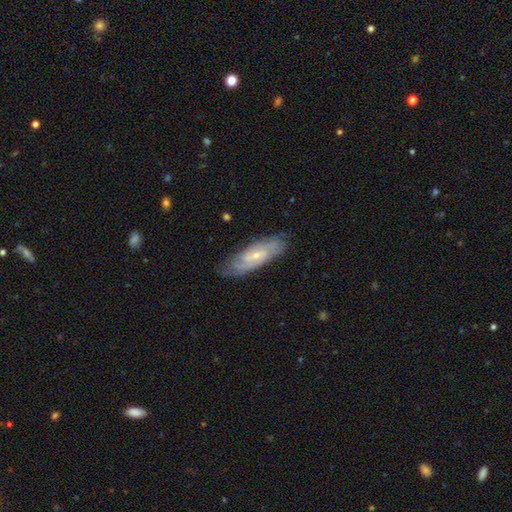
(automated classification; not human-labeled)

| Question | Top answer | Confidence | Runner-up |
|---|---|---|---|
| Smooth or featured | featured or disk | 76% | smooth (18%) |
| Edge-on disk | no | 84% | yes (16%) |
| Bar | no | 56% | weak (36%) |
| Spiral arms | yes | 91% | no (9%) |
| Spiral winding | tight | 55% | medium (34%) |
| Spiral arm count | can't tell | 39% | 2 (38%) |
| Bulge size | small | 70% | moderate (26%) |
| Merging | none | 76% | minor disturbance (18%) |